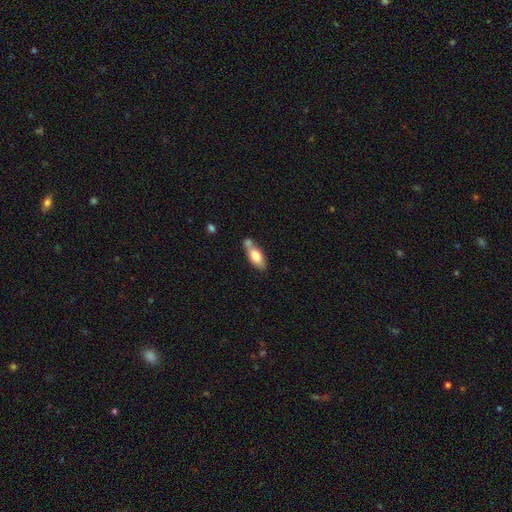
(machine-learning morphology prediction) This appears to be a smooth galaxy with no disk features (74%) that is in between round and cigar-shaped (82%). Merging: none (50%).